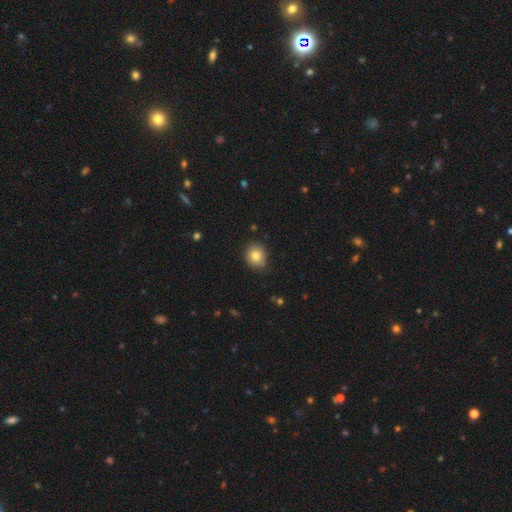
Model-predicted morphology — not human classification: A smooth galaxy with no disk features (81%) that is round (62%). Merging: none (82%).